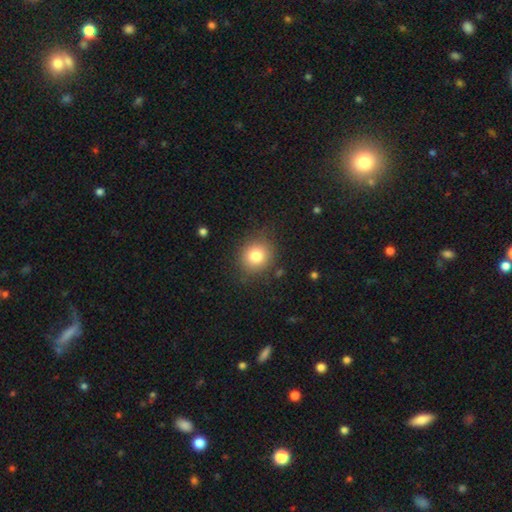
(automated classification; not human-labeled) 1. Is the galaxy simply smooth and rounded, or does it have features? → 80% smooth, 11% star or artifact, 9% featured or disk.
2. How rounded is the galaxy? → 80% round, 19% in between, 1% cigar-shaped.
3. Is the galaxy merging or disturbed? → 85% none, 10% minor disturbance, 4% major disturbance, 2% merger.